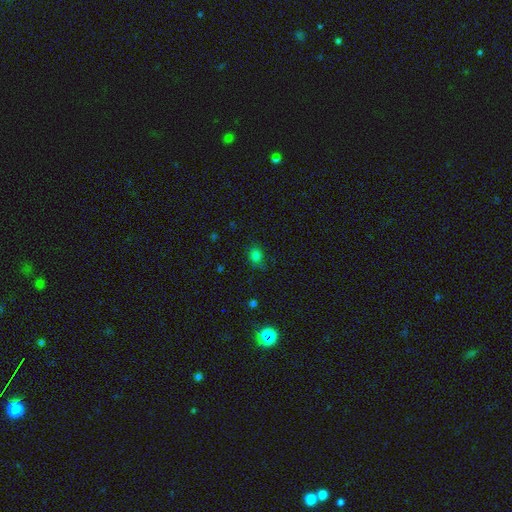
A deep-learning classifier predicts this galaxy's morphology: smooth-or-featured: smooth: 75% | star or artifact: 20% | featured or disk: 6%
  how-rounded: in between: 54% | round: 44% | cigar-shaped: 2%
  merging: none: 71% | minor disturbance: 21% | major disturbance: 7% | merger: 2%